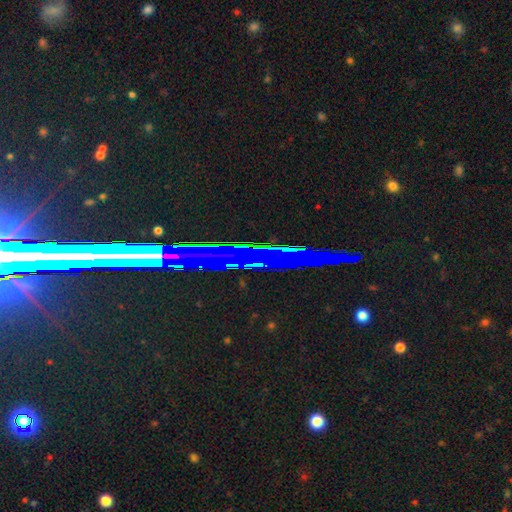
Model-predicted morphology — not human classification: Q: Smooth or featured?
A: star or artifact (63%); runner-up: featured or disk (25%)